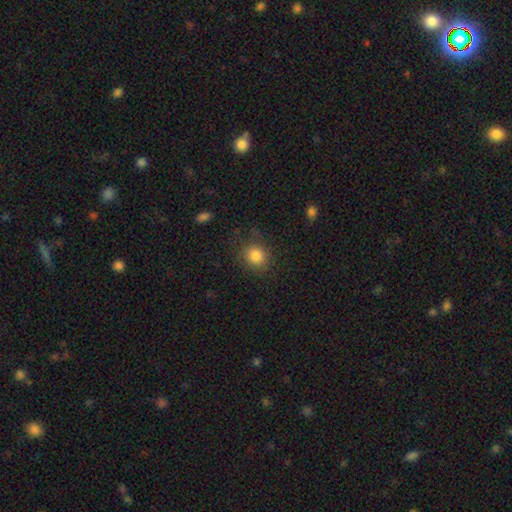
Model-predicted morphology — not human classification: smooth 83%, star or artifact 11%, featured or disk 6%. Down the decision tree: how rounded — round (81%); merging — none (78%).